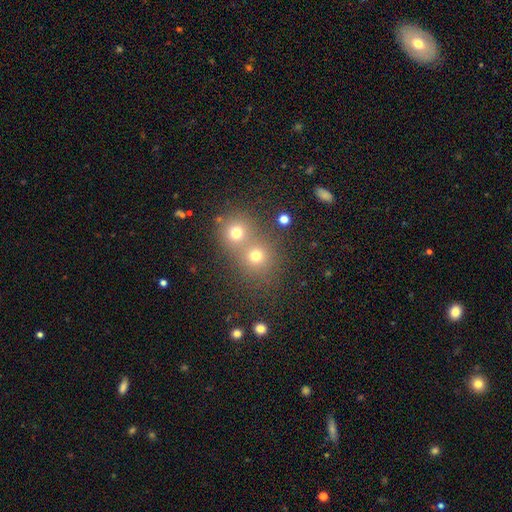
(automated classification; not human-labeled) Smooth or featured?
  - smooth: 70% *
  - star or artifact: 19%
  - featured or disk: 10%
How rounded?
  - round: 84% *
  - in between: 15%
  - cigar-shaped: 1%
Merging?
  - none: 48% *
  - merger: 43%
  - minor disturbance: 6%
  - major disturbance: 3%